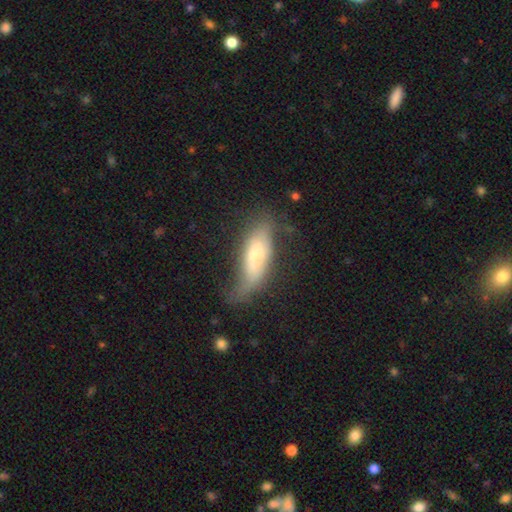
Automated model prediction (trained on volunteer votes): This appears to be a smooth galaxy with no disk features (59%) that is in between round and cigar-shaped (62%). Merging: none (38%).